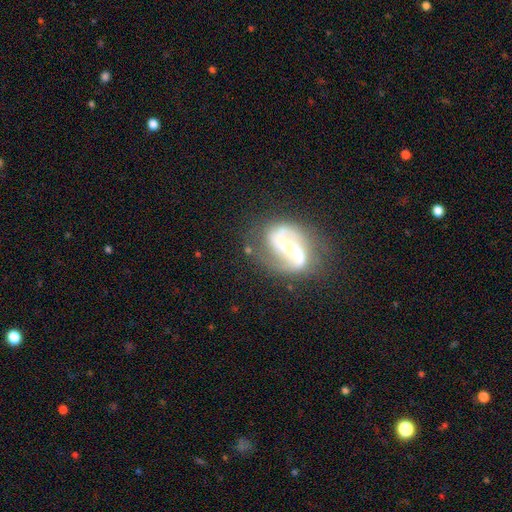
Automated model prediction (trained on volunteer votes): Smooth or featured? featured or disk (80%)
Edge-on disk? no (97%)
Bar? strong (40%)
Spiral arms? yes (91%)
Spiral winding? loose (44%)
Spiral arm count? 2 (84%)
Bulge size? small (37%)
Merging? none (68%)